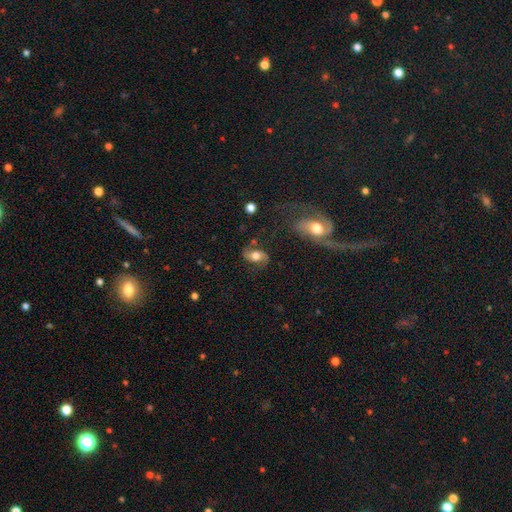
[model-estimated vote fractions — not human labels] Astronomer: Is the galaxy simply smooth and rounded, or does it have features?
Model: featured or disk — 50% (runner-up: smooth, 41%).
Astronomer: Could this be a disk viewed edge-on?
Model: no — 92%.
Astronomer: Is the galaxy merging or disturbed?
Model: none — 68%.